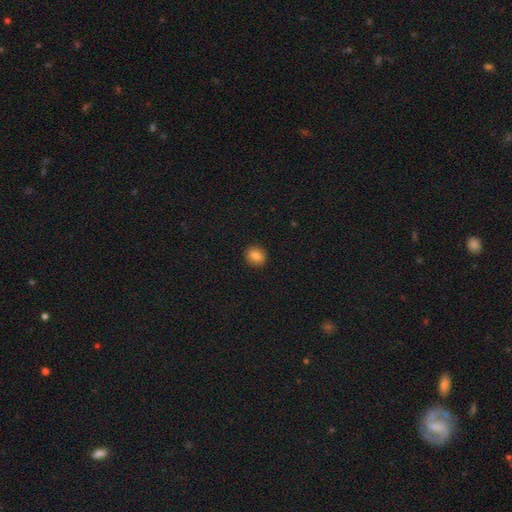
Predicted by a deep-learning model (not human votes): Q: Smooth or featured?
A: smooth (82%); runner-up: star or artifact (10%)
Q: How rounded?
A: round (77%); runner-up: in between (22%)
Q: Merging?
A: none (91%); runner-up: minor disturbance (6%)